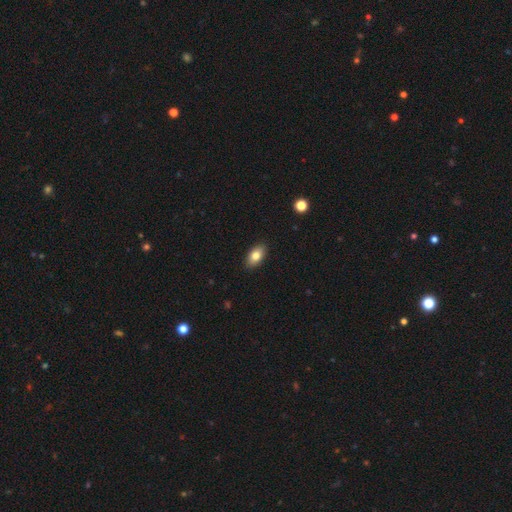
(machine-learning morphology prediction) smooth-or-featured: smooth: 80% | featured or disk: 12% | star or artifact: 8%
  how-rounded: in between: 91% | round: 6% | cigar-shaped: 3%
  merging: none: 89% | minor disturbance: 8% | major disturbance: 2% | merger: 1%